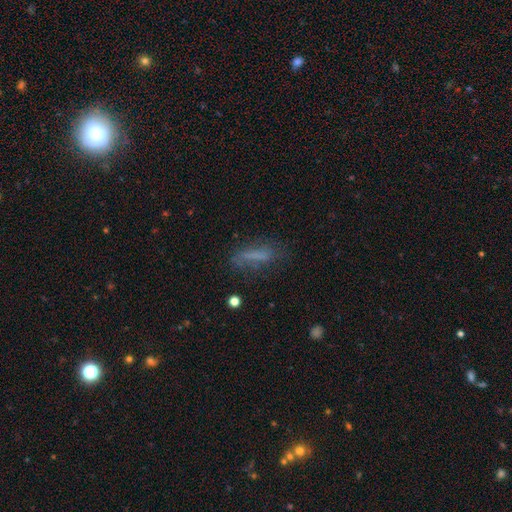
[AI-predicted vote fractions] A smooth galaxy with no disk features (59%) that is cigar-shaped (58%).

Vote fractions:
- Smooth or featured? smooth: 59% / featured or disk: 27% / star or artifact: 13%
- How rounded? cigar-shaped: 58% / in between: 39% / round: 3%
- Merging? none: 58% / minor disturbance: 24% / major disturbance: 15% / merger: 3%